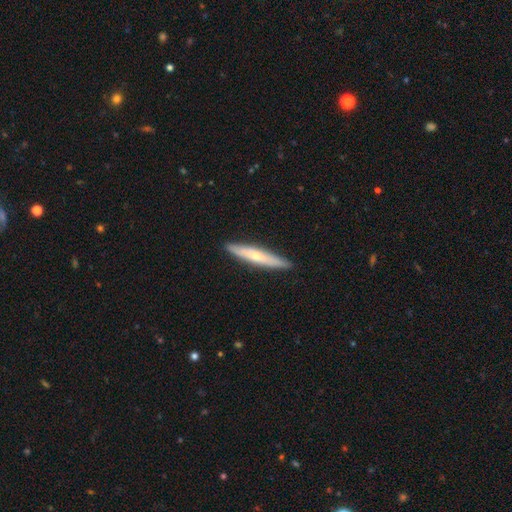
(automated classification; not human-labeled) Smooth or featured?
  - featured or disk: 48% *
  - smooth: 47%
  - star or artifact: 5%
Merging?
  - none: 89% *
  - minor disturbance: 8%
  - major disturbance: 2%
  - merger: 1%